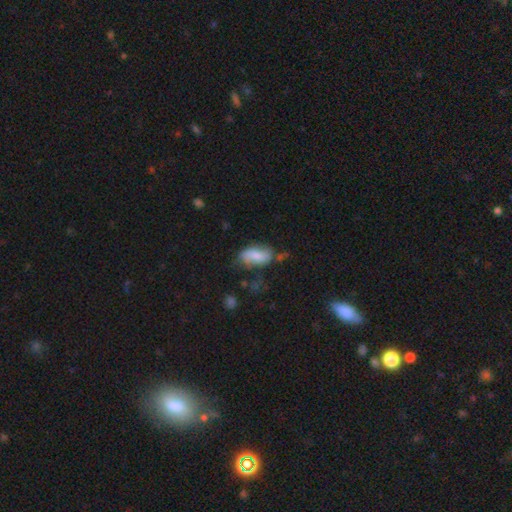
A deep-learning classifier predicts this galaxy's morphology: A smooth galaxy with no disk features (63%) that is in between round and cigar-shaped (90%).

Vote fractions:
- Smooth or featured? smooth: 63% / featured or disk: 29% / star or artifact: 8%
- How rounded? in between: 90% / cigar-shaped: 6% / round: 4%
- Merging? none: 48% / minor disturbance: 30% / major disturbance: 14% / merger: 7%